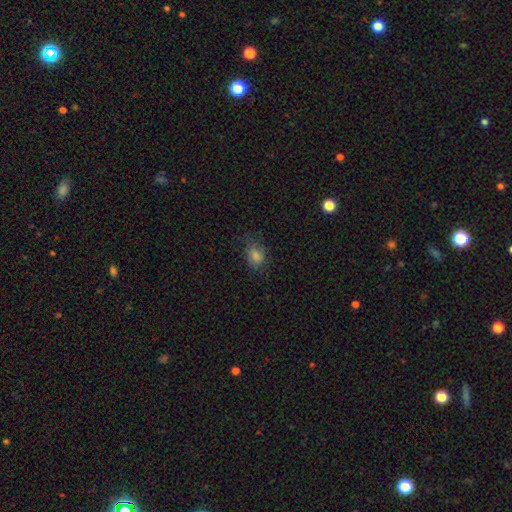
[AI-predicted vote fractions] smooth-or-featured: smooth: 76% | star or artifact: 15% | featured or disk: 9%
  how-rounded: in between: 65% | round: 33% | cigar-shaped: 2%
  merging: none: 64% | minor disturbance: 25% | major disturbance: 10% | merger: 2%